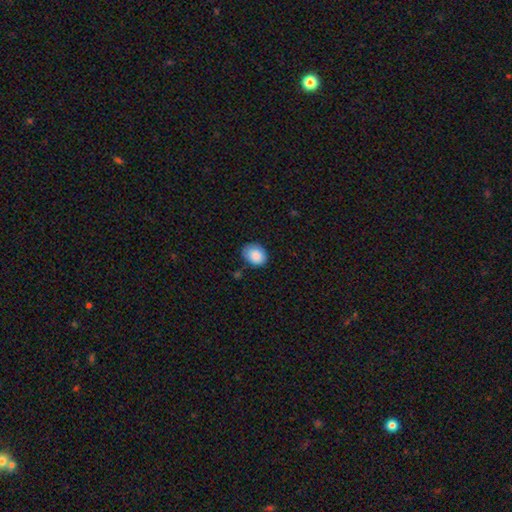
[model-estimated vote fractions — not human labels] Morphology: type=smooth (87%); roundness=in between (53%); merging=none (72%).